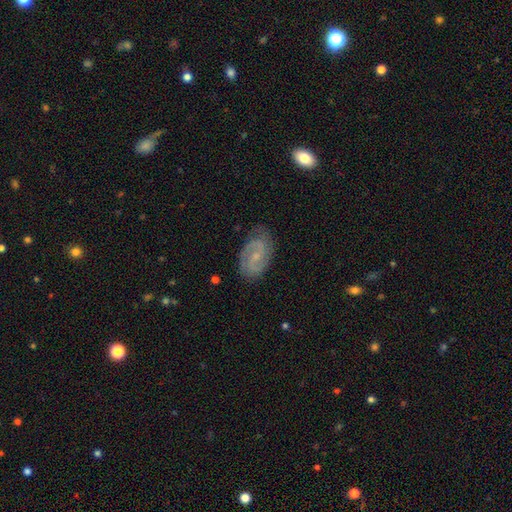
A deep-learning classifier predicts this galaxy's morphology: Smooth or featured? Predicted: featured or disk (p=0.84). Edge-on disk? Predicted: no (p=0.97). Bar? Predicted: weak (p=0.50). Spiral arms? Predicted: yes (p=0.96). Spiral winding? Predicted: medium (p=0.49). Spiral arm count? Predicted: 2 (p=0.86). Bulge size? Predicted: small (p=0.70). Merging? Predicted: none (p=0.80).